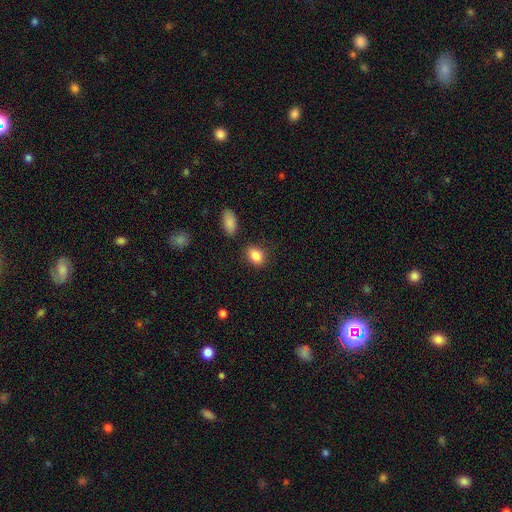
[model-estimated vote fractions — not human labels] smooth 86%, star or artifact 8%, featured or disk 6%. Down the decision tree: how rounded — in between (73%); merging — none (81%).